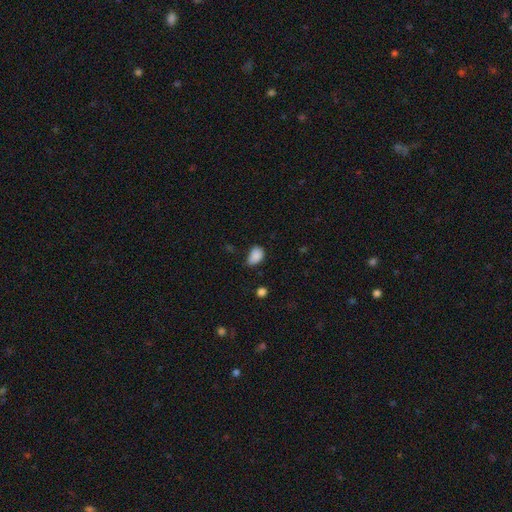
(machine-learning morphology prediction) A smooth galaxy with no disk features (86%) that is in between round and cigar-shaped (82%). Merging: none (49%).